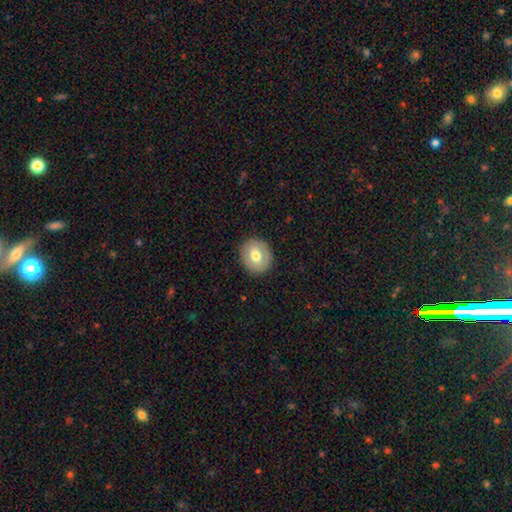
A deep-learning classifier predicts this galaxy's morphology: Overall: smooth (66%; featured or disk 27%). How rounded: round (72%). Merging: none (88%).